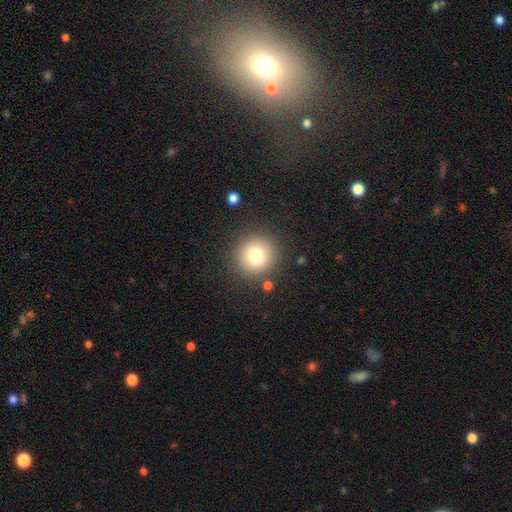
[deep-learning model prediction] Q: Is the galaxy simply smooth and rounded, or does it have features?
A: smooth — 76%.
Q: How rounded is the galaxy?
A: round — 92%.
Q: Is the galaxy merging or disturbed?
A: none — 86%.